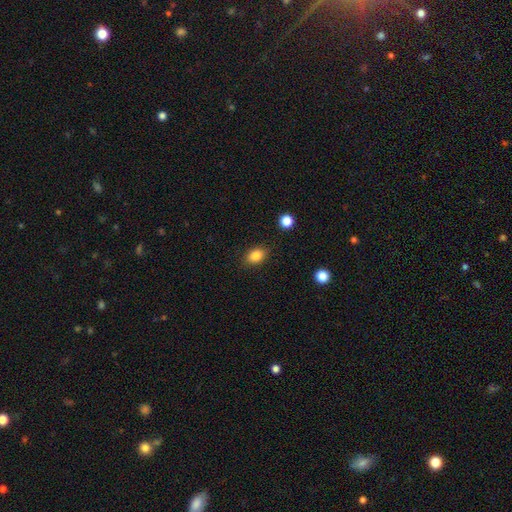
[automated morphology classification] smooth_or_featured: smooth (p=0.85) [alt: star or artifact p=0.10]
how_rounded: in between (p=0.73) [alt: round p=0.26]
merging: none (p=0.87) [alt: minor disturbance p=0.09]